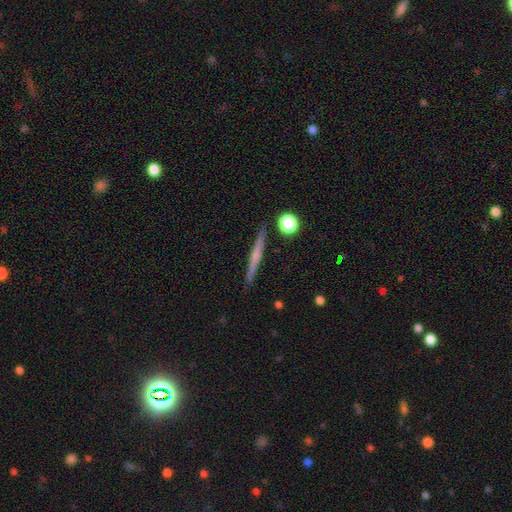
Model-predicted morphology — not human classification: This is possibly a featured or disk galaxy (55%). It is clearly viewed edge-on (97%). Edge-on bulge: possibly none (56%). Merging: clearly none (91%).